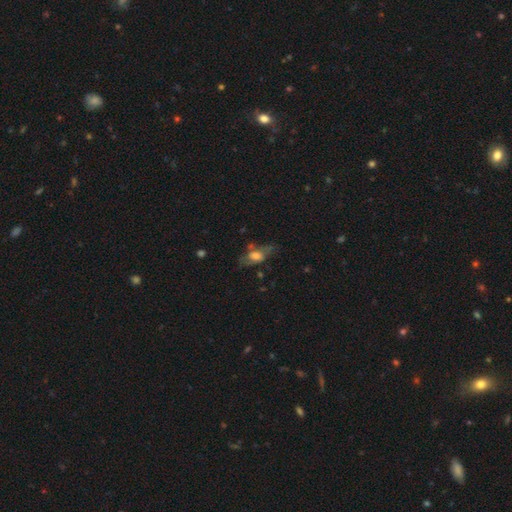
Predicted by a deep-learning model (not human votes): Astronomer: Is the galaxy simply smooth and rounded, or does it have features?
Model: smooth — 50% (runner-up: featured or disk, 40%).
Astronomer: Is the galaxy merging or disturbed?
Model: none — 47% (runner-up: minor disturbance, 24%).